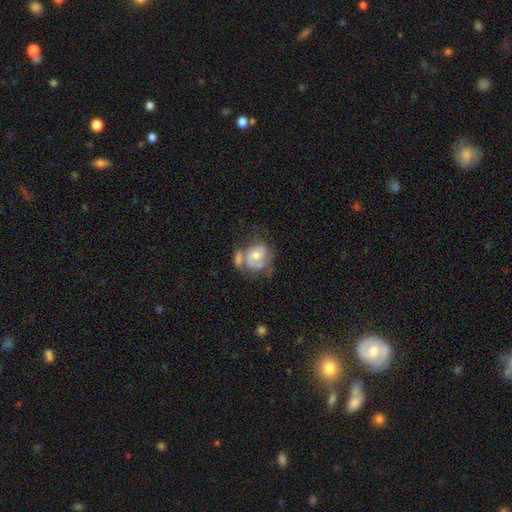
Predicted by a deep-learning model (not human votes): smooth_or_featured: featured or disk (p=0.62) [alt: smooth p=0.32]
disk_edge_on: no (p=0.97) [alt: yes p=0.03]
bar: no (p=0.74) [alt: weak p=0.22]
has_spiral_arms: yes (p=0.79) [alt: no p=0.21]
bulge_size: moderate (p=0.60) [alt: small p=0.32]
merging: none (p=0.33) [alt: merger p=0.29]